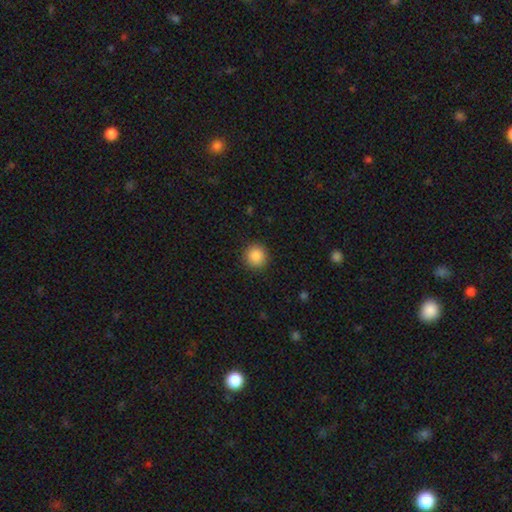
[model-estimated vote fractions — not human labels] This appears to be a smooth galaxy with no disk features (87%) that is round (94%). Merging: none (92%).